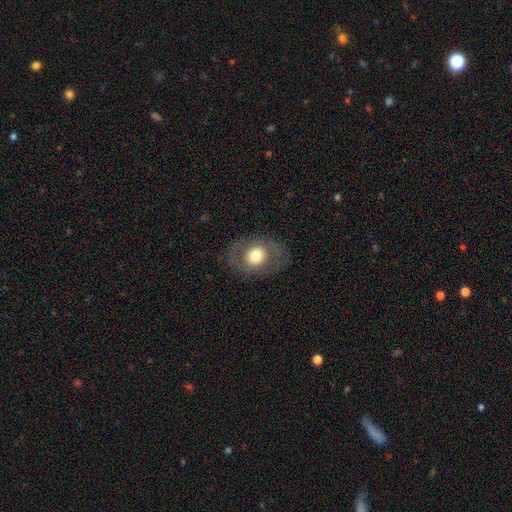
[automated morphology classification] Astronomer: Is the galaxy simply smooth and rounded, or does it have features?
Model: smooth — 62%.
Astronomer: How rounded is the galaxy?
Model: in between — 58% (runner-up: round, 41%).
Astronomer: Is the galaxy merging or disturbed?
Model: none — 79%.